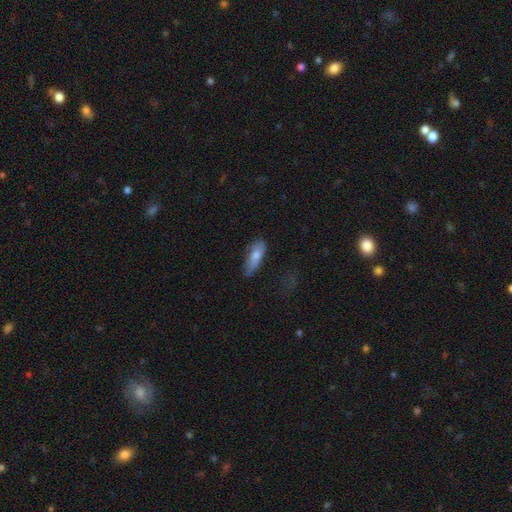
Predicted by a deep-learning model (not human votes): A smooth galaxy with no disk features (76%) that is in between round and cigar-shaped (62%).

Vote fractions:
- Smooth or featured? smooth: 76% / featured or disk: 18% / star or artifact: 6%
- How rounded? in between: 62% / cigar-shaped: 36% / round: 2%
- Merging? none: 60% / minor disturbance: 29% / major disturbance: 8% / merger: 2%